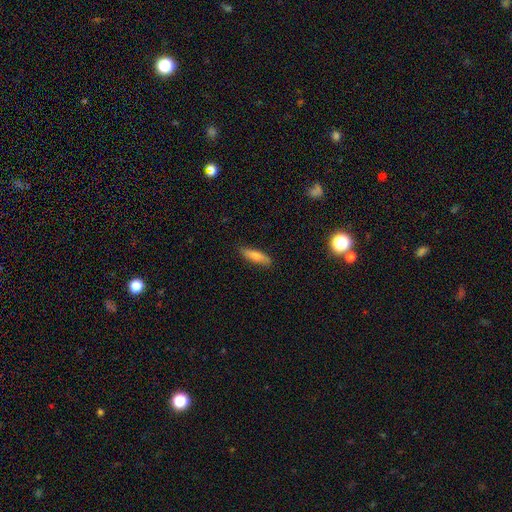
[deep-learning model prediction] smooth_or_featured: smooth (p=0.75) [alt: featured or disk p=0.18]
how_rounded: cigar-shaped (p=0.64) [alt: in between p=0.34]
merging: none (p=0.84) [alt: minor disturbance p=0.13]